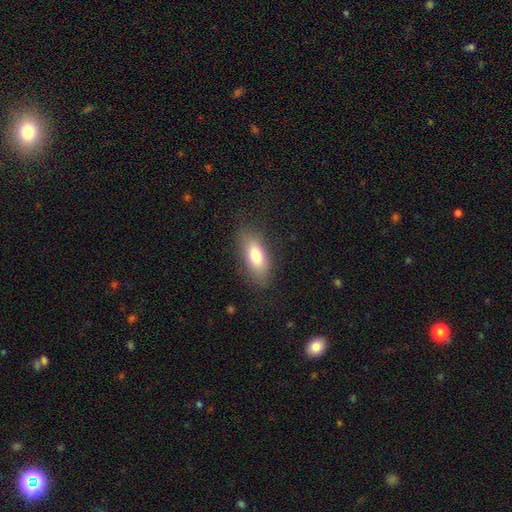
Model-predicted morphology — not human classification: The model was most divided on "smooth or featured": smooth: 76%, featured or disk: 16%, star or artifact: 8%. More confident: how rounded — in between (81%); merging — none (80%).